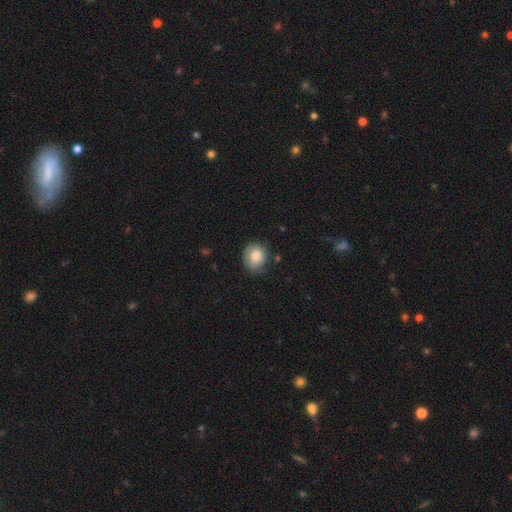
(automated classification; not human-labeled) This is likely a smooth galaxy (78%). How rounded: likely round (71%). Merging: likely none (63%).